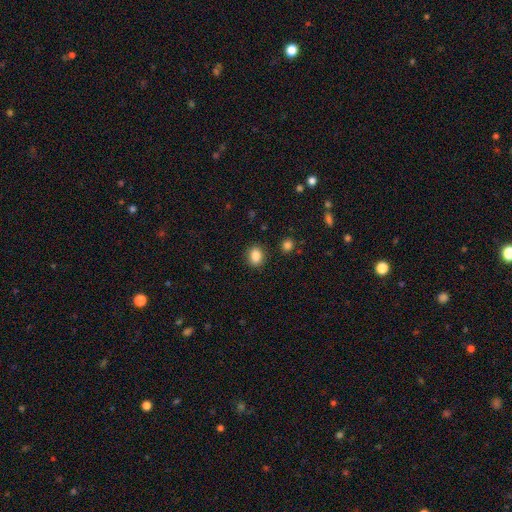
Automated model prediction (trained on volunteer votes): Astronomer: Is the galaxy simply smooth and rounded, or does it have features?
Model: smooth — 86%.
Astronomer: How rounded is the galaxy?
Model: in between — 55% (runner-up: round, 44%).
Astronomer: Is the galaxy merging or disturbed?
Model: none — 87%.